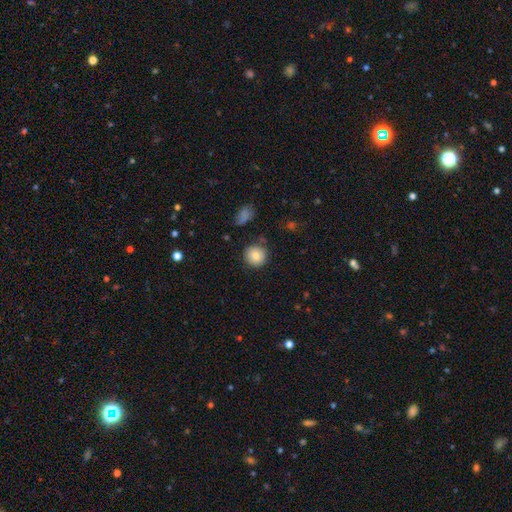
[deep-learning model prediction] smooth-or-featured: smooth: 83% | star or artifact: 9% | featured or disk: 8%
  how-rounded: round: 92% | in between: 7% | cigar-shaped: 1%
  merging: none: 84% | minor disturbance: 10% | merger: 3% | major disturbance: 3%